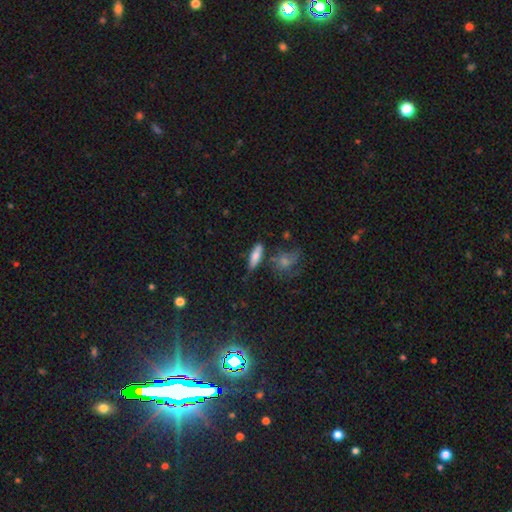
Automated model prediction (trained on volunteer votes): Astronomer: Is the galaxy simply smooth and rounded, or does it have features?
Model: smooth — 74%.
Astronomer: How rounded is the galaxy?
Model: in between — 50% (runner-up: cigar-shaped, 46%).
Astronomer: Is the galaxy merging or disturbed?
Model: none — 67%.